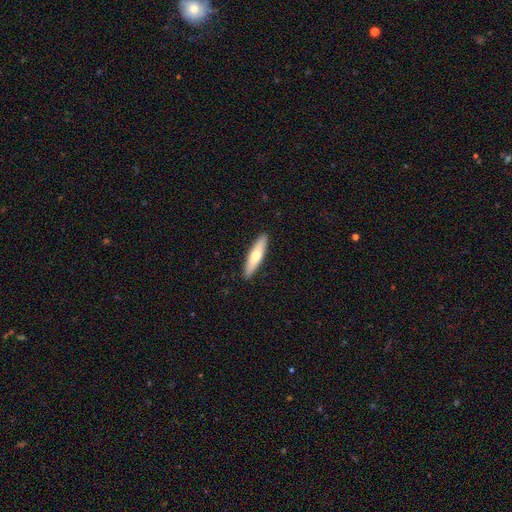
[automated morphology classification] This is likely a smooth galaxy (62%). How rounded: likely cigar-shaped (74%). Merging: clearly none (91%).